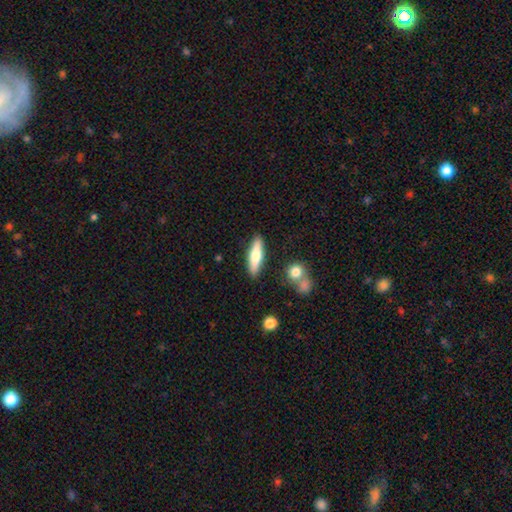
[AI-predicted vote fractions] This is likely a smooth galaxy (63%). How rounded: likely cigar-shaped (66%). Merging: clearly none (86%).